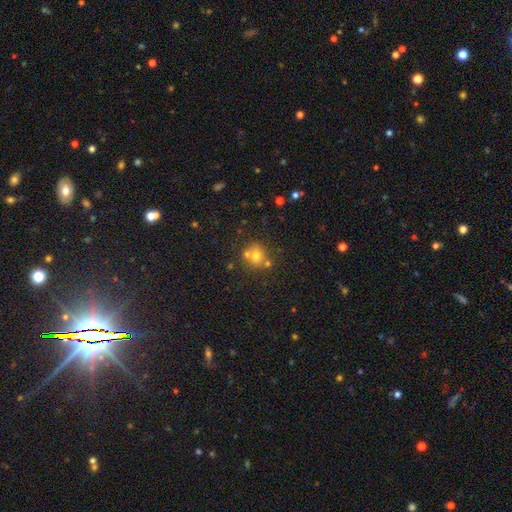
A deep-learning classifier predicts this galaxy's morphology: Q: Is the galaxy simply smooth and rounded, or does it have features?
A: smooth — 67%.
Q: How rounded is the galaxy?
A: round — 79%.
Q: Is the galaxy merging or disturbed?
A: none — 57%.